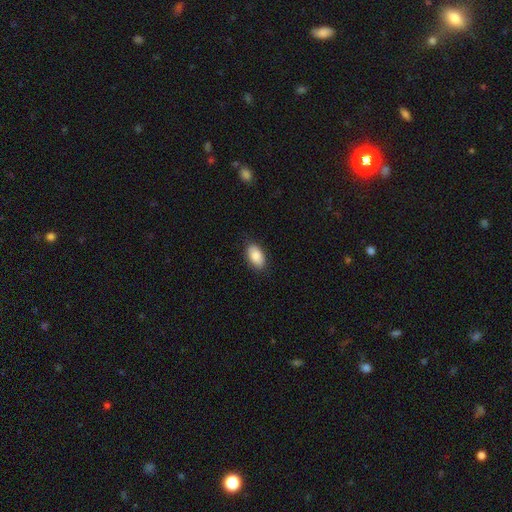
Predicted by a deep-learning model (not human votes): Smooth or featured?
  - smooth: 85% *
  - featured or disk: 8%
  - star or artifact: 7%
How rounded?
  - in between: 94% *
  - round: 5%
  - cigar-shaped: 2%
Merging?
  - none: 86% *
  - minor disturbance: 11%
  - major disturbance: 2%
  - merger: 1%